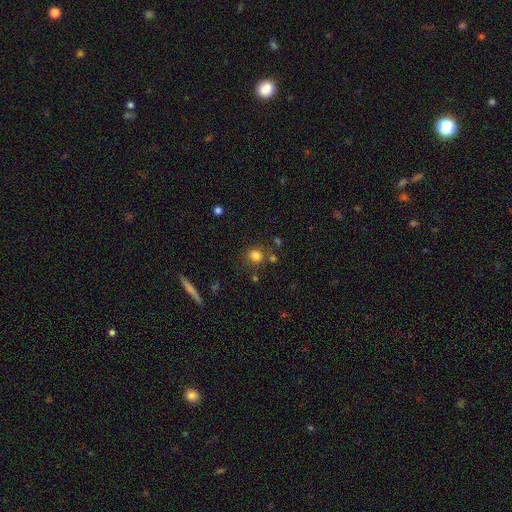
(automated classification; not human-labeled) smooth 80%, star or artifact 14%, featured or disk 6%. Down the decision tree: how rounded — round (85%); merging — none (76%).